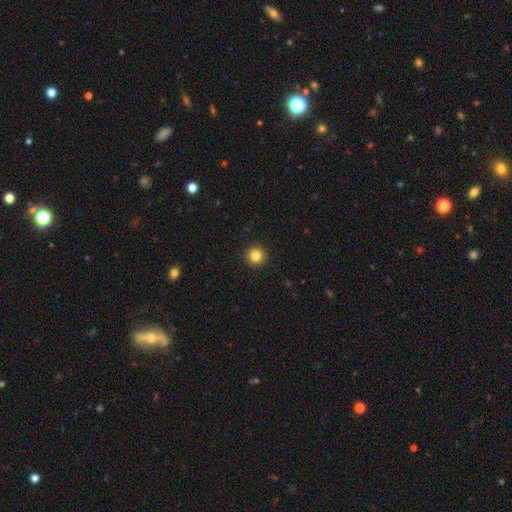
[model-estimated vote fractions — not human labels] Smooth or featured? smooth (83%)
How rounded? round (95%)
Merging? none (93%)